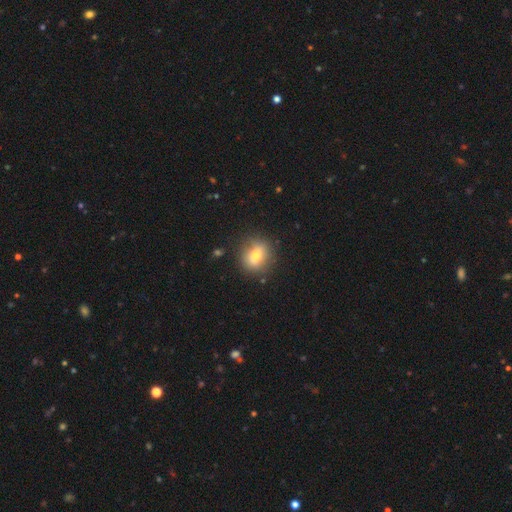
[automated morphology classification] smooth_or_featured: smooth (p=0.69) [alt: featured or disk p=0.21]
how_rounded: round (p=0.72) [alt: in between p=0.27]
merging: none (p=0.84) [alt: minor disturbance p=0.11]